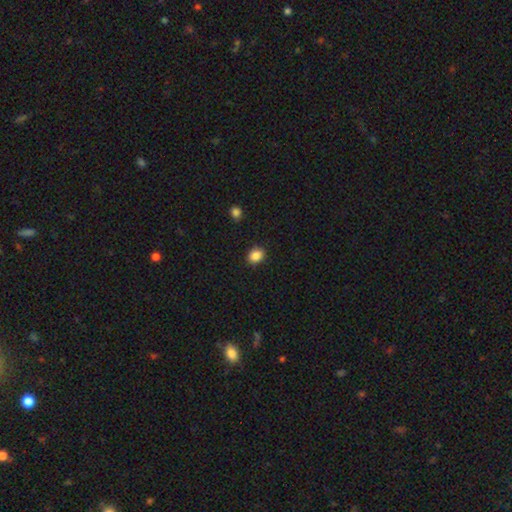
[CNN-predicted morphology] A smooth galaxy with no disk features (87%) that is round (54%).

Vote fractions:
- Smooth or featured? smooth: 87% / star or artifact: 10% / featured or disk: 3%
- How rounded? round: 54% / in between: 45% / cigar-shaped: 1%
- Merging? none: 88% / minor disturbance: 8% / major disturbance: 2% / merger: 1%